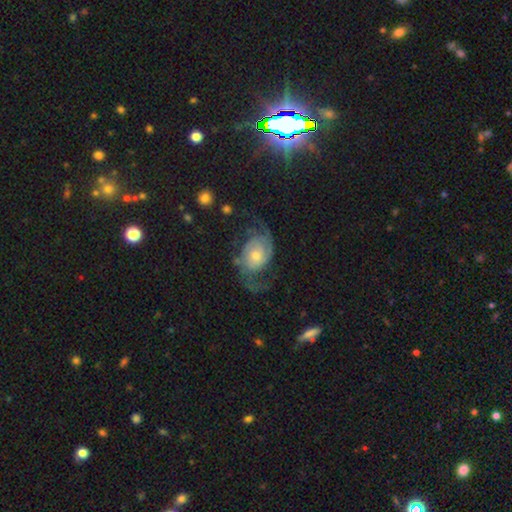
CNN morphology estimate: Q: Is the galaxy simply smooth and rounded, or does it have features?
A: featured or disk — 79%.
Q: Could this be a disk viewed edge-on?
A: no — 97%.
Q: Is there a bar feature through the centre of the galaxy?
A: no — 72%.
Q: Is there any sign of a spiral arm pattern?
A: yes — 94%.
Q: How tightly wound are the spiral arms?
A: medium — 42%.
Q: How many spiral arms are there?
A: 2 — 81%.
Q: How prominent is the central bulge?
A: moderate — 52%.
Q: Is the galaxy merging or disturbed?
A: none — 57%.